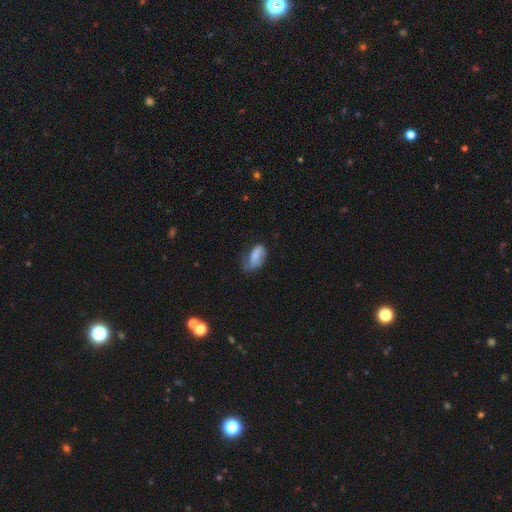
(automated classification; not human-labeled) The model was most divided on "merging": none: 43%, minor disturbance: 35%, major disturbance: 19%, merger: 2%. More confident: how rounded — in between (90%); smooth or featured — smooth (68%).